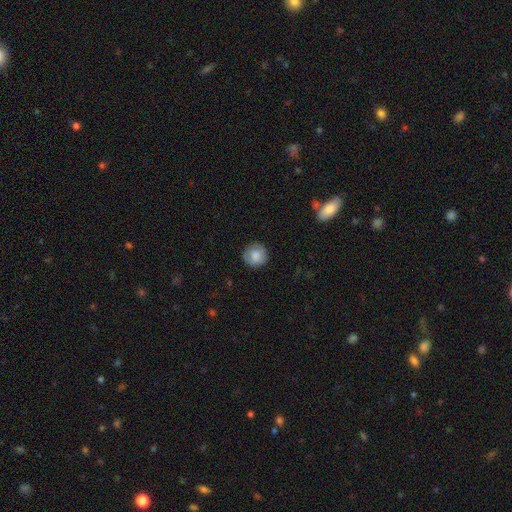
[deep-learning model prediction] smooth_or_featured: smooth (p=0.80) [alt: featured or disk p=0.12]
how_rounded: round (p=0.92) [alt: in between p=0.07]
merging: none (p=0.82) [alt: minor disturbance p=0.13]